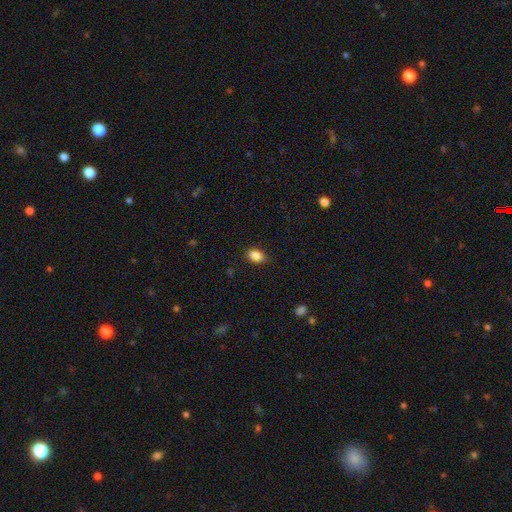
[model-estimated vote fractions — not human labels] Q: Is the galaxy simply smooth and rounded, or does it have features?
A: smooth — 88%.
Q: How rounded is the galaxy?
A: in between — 87%.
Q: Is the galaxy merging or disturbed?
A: none — 86%.